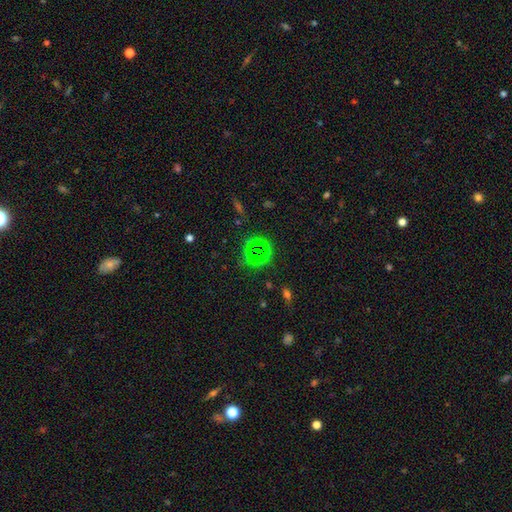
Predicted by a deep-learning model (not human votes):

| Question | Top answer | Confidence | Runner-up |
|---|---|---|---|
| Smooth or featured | star or artifact | 53% | smooth (38%) |